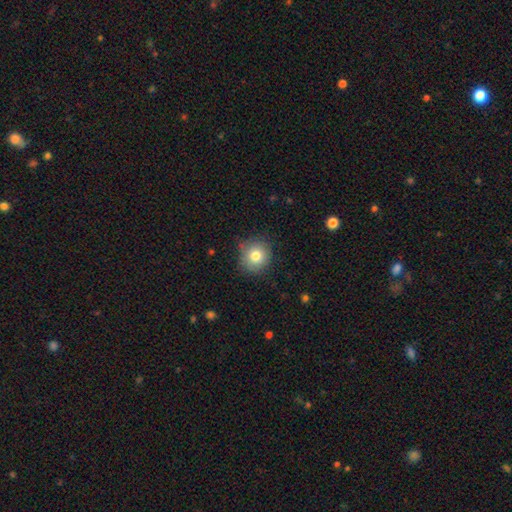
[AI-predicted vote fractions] smooth-or-featured: smooth: 79% | featured or disk: 10% | star or artifact: 10%
  how-rounded: round: 90% | in between: 9% | cigar-shaped: 1%
  merging: none: 82% | minor disturbance: 14% | major disturbance: 3% | merger: 2%